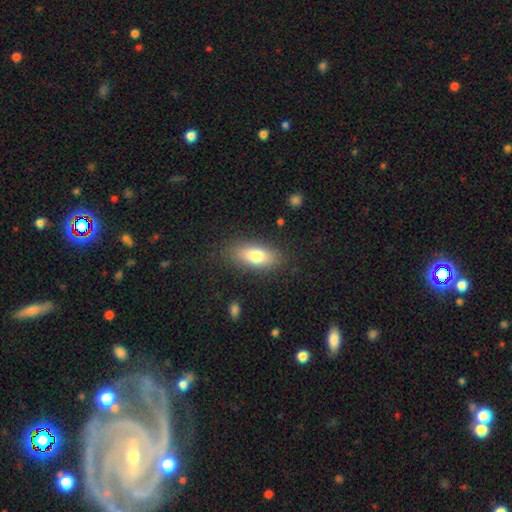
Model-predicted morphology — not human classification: Overall: smooth (76%). How rounded: in between (81%). Merging: none (84%).